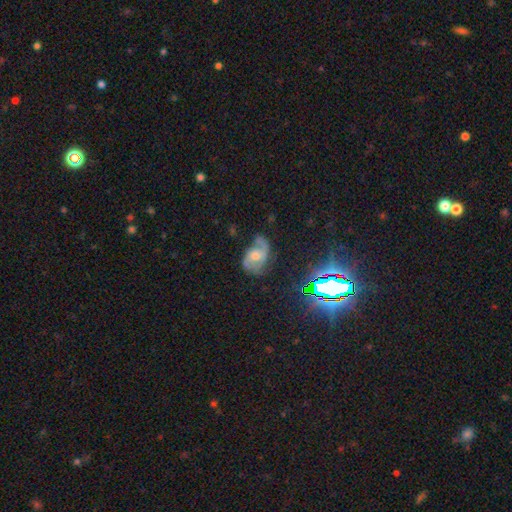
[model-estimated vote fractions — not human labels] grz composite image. It shows a featured or disk galaxy (68%) with no bar (57%), 2 (75%) medium (45%) spiral arms (91%) and a moderate central bulge (53%). Merging: none (55%).